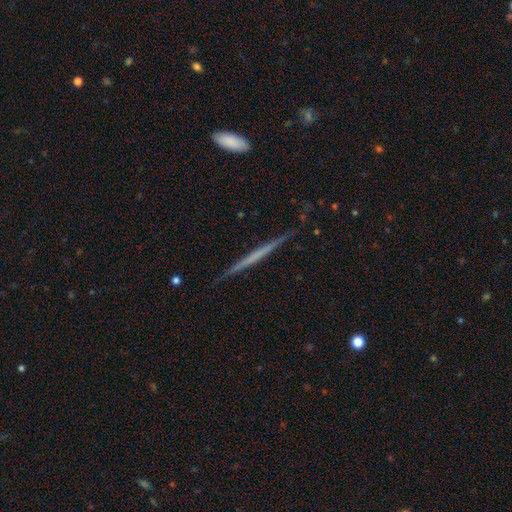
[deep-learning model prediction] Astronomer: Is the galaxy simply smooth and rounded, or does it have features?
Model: featured or disk — 62%.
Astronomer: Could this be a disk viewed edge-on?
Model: yes — 97%.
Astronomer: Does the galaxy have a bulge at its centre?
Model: none — 87%.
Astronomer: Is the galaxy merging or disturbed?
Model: none — 88%.